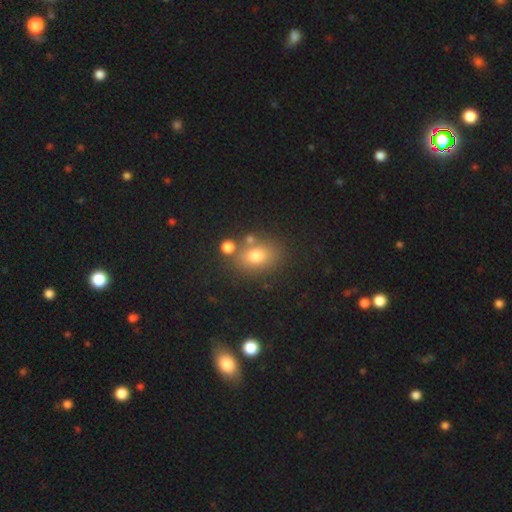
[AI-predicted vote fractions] Smooth or featured? smooth (74%)
How rounded? in between (60%)
Merging? none (72%)